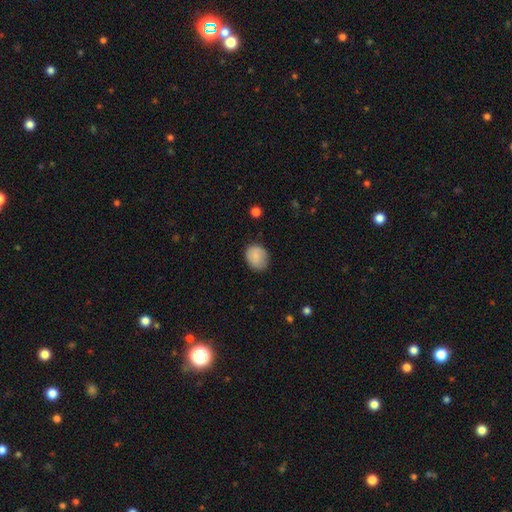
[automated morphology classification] This appears to be a smooth galaxy with no disk features (85%) that is round (55%). Merging: none (78%).